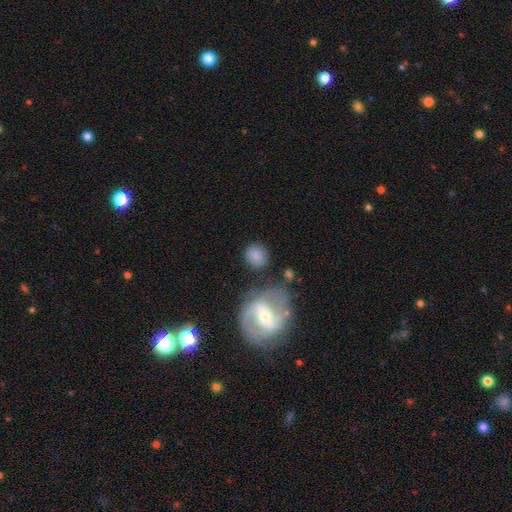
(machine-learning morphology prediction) The model was most divided on "how rounded": round: 68%, in between: 31%, cigar-shaped: 1%. More confident: smooth or featured — smooth (79%); merging — none (71%).